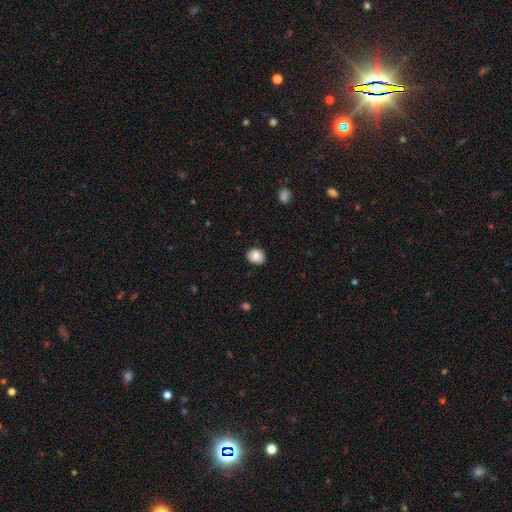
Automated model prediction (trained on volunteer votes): smooth-or-featured: smooth: 80% | featured or disk: 11% | star or artifact: 9%
  how-rounded: round: 63% | in between: 36% | cigar-shaped: 1%
  merging: none: 85% | minor disturbance: 12% | major disturbance: 2% | merger: 1%